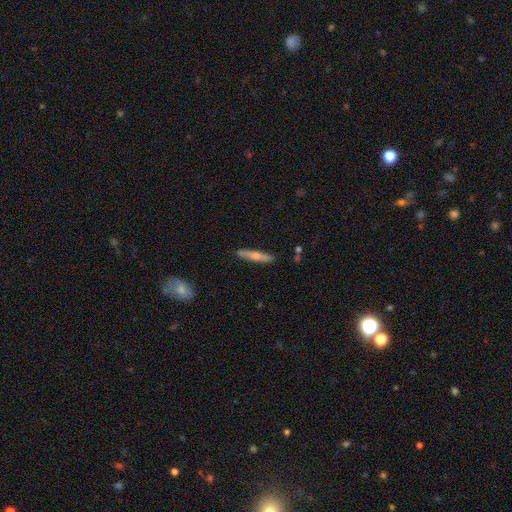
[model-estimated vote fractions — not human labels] Smooth or featured? Predicted: smooth (p=0.60). How rounded? Predicted: cigar-shaped (p=0.91). Merging? Predicted: none (p=0.88).